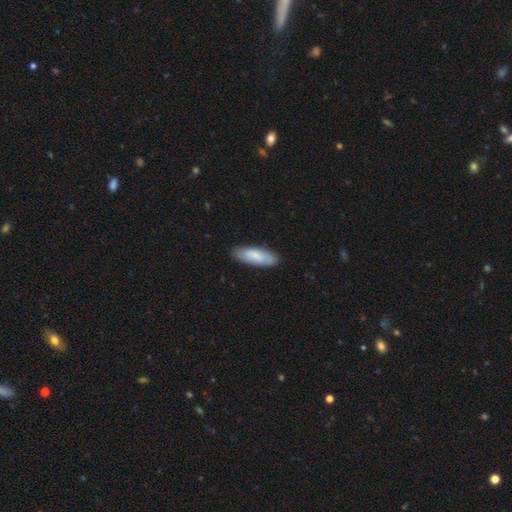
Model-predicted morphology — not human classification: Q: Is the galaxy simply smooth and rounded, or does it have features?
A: smooth — 77%.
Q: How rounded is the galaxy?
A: in between — 64%.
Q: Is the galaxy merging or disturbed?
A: none — 85%.